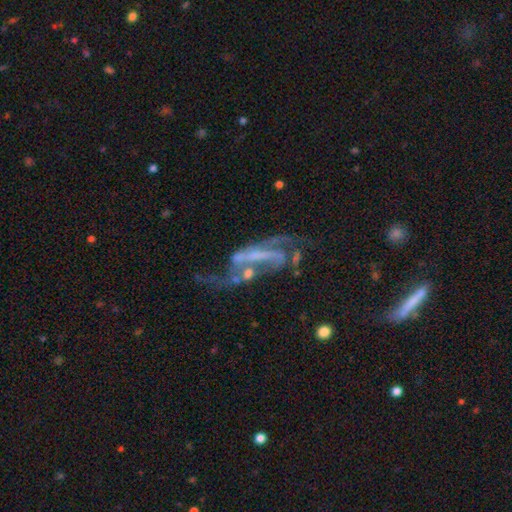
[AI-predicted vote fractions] Q: Smooth or featured?
A: featured or disk (81%); runner-up: star or artifact (10%)
Q: Edge-on disk?
A: no (90%); runner-up: yes (10%)
Q: Bar?
A: strong (48%); runner-up: weak (30%)
Q: Spiral arms?
A: yes (85%); runner-up: no (15%)
Q: Spiral winding?
A: loose (52%); runner-up: medium (34%)
Q: Spiral arm count?
A: 2 (68%); runner-up: can't tell (13%)
Q: Bulge size?
A: none (50%); runner-up: small (32%)
Q: Merging?
A: none (37%); runner-up: major disturbance (31%)